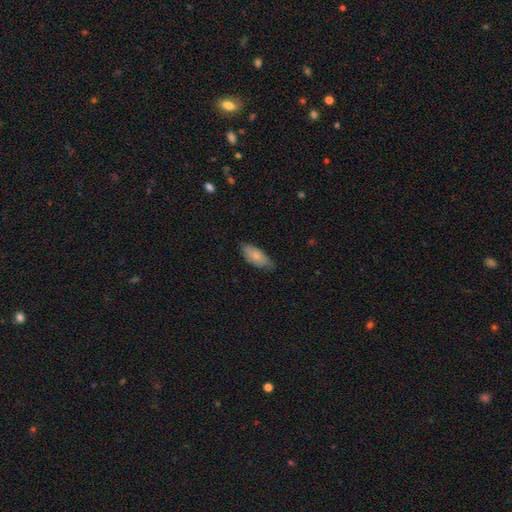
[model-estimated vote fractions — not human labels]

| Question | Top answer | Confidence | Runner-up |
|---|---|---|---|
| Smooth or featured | smooth | 76% | featured or disk (18%) |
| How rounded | in between | 87% | cigar-shaped (11%) |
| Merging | none | 68% | minor disturbance (27%) |